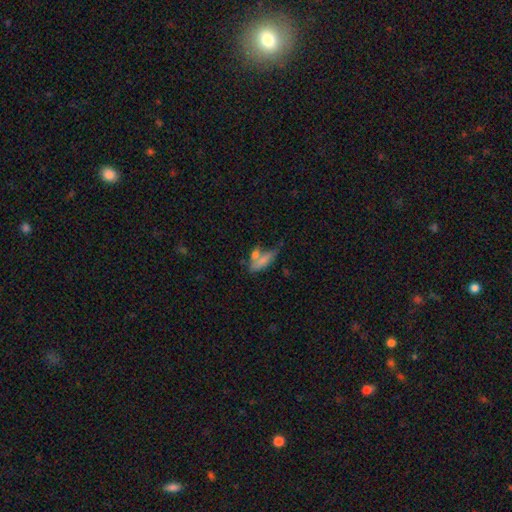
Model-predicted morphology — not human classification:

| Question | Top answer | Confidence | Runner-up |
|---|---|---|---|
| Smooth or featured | smooth | 71% | featured or disk (20%) |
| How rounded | in between | 57% | cigar-shaped (38%) |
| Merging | merger | 38% | none (37%) |